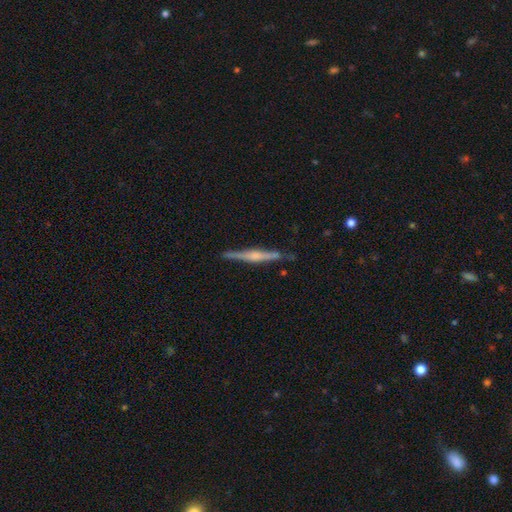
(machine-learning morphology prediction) Overall: featured or disk (76%). Edge-on disk: yes (98%). Edge-on bulge: rounded (68%). Merging: none (86%).